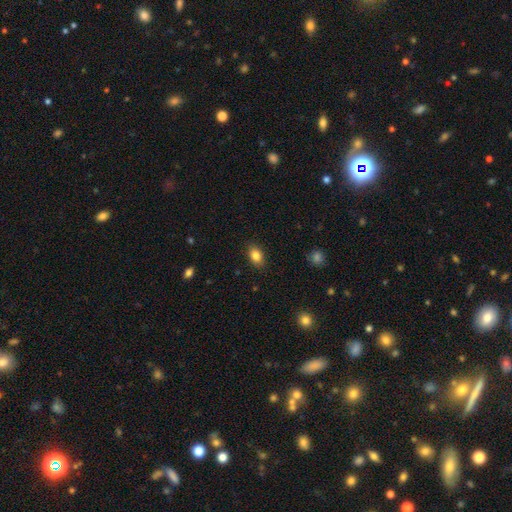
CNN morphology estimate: Smooth or featured: smooth — 85% (star or artifact — 9%)
How rounded: in between — 82% (round — 17%)
Merging: none — 87% (minor disturbance — 10%)